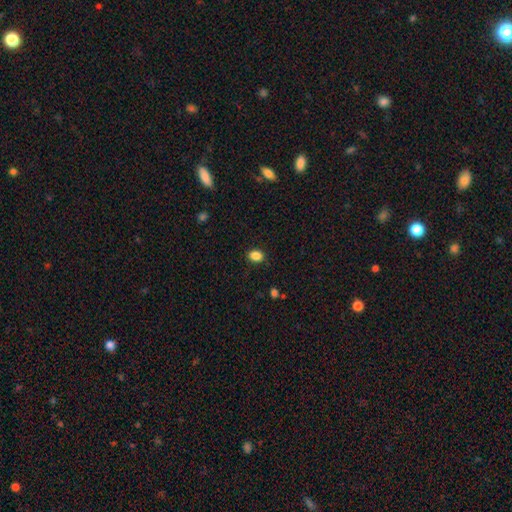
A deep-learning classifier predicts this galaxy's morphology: smooth-or-featured: smooth: 87% | star or artifact: 10% | featured or disk: 3%
  how-rounded: in between: 68% | round: 31% | cigar-shaped: 1%
  merging: none: 86% | minor disturbance: 10% | major disturbance: 3% | merger: 1%